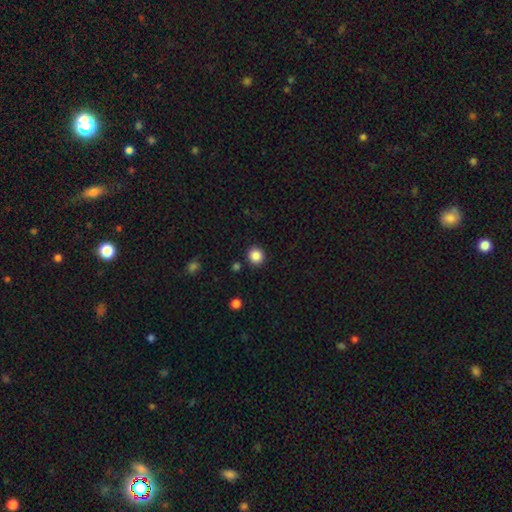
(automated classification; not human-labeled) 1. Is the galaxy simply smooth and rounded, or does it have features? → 87% smooth, 10% star or artifact, 3% featured or disk.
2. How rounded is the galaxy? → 92% round, 7% in between, 1% cigar-shaped.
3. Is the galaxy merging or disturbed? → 89% none, 6% minor disturbance, 2% merger, 2% major disturbance.